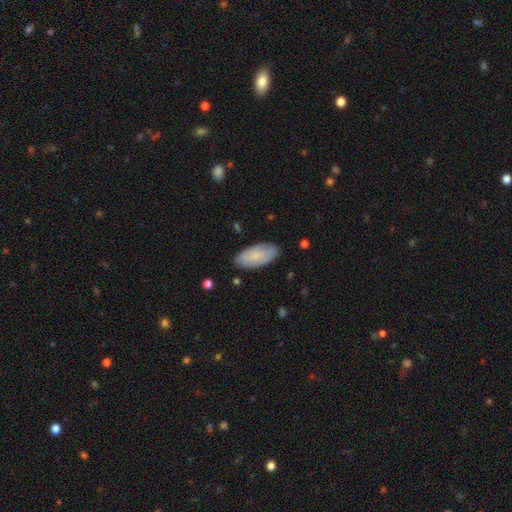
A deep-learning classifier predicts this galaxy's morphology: Q: Smooth or featured?
A: smooth (76%); runner-up: featured or disk (18%)
Q: How rounded?
A: in between (92%); runner-up: cigar-shaped (7%)
Q: Merging?
A: none (84%); runner-up: minor disturbance (13%)